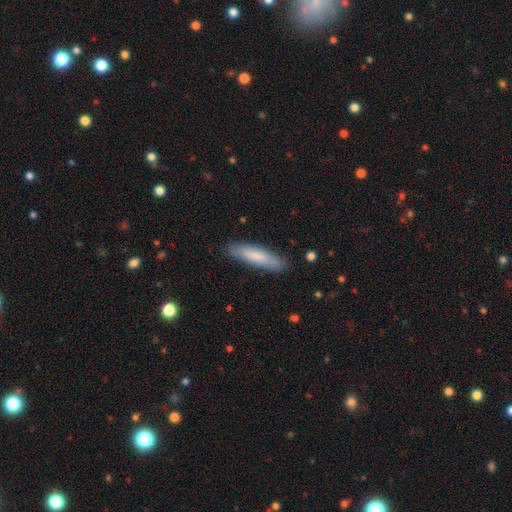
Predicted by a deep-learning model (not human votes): Smooth or featured?
  - smooth: 78% *
  - featured or disk: 16%
  - star or artifact: 6%
How rounded?
  - cigar-shaped: 80% *
  - in between: 19%
  - round: 1%
Merging?
  - none: 88% *
  - minor disturbance: 9%
  - major disturbance: 2%
  - merger: 1%